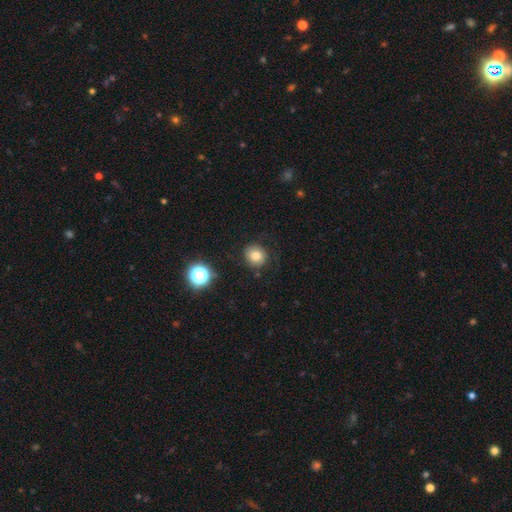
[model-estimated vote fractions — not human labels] Smooth or featured?
  - smooth: 80% *
  - star or artifact: 13%
  - featured or disk: 8%
How rounded?
  - round: 80% *
  - in between: 19%
  - cigar-shaped: 1%
Merging?
  - none: 81% *
  - minor disturbance: 13%
  - major disturbance: 4%
  - merger: 2%